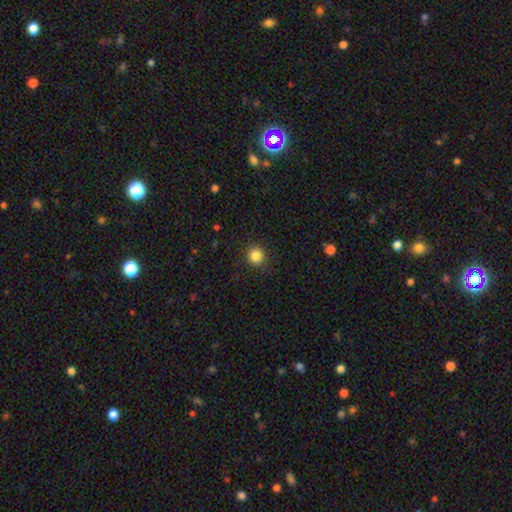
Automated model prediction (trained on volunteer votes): Morphology: type=smooth (84%); roundness=round (92%); merging=none (91%).